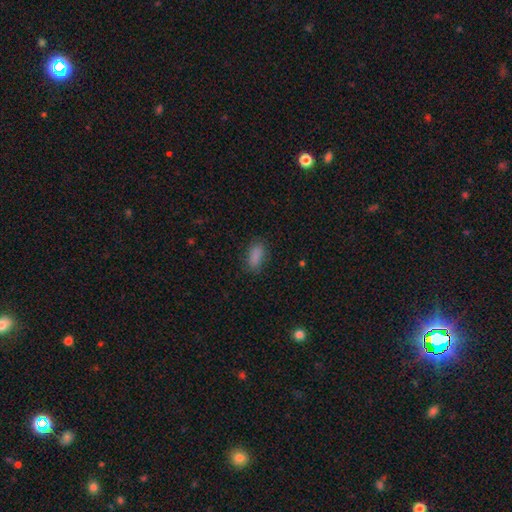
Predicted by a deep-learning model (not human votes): Overall: smooth (86%). How rounded: in between (89%). Merging: none (80%).